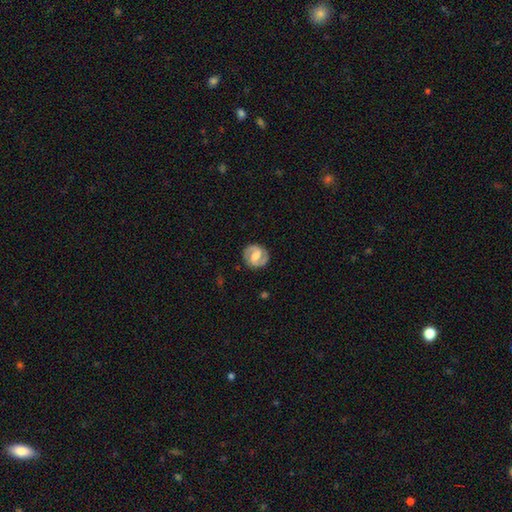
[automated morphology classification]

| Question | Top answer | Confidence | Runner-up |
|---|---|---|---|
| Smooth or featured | featured or disk | 82% | smooth (13%) |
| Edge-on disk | no | 98% | yes (2%) |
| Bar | weak | 48% | strong (34%) |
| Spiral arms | yes | 94% | no (6%) |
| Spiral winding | medium | 47% | tight (41%) |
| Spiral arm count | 2 | 92% | can't tell (3%) |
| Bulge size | moderate | 53% | small (25%) |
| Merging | none | 86% | minor disturbance (10%) |